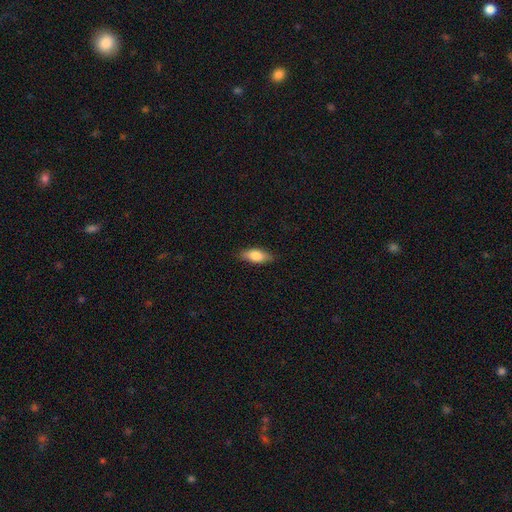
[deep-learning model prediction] smooth-or-featured: smooth: 76% | featured or disk: 18% | star or artifact: 6%
  how-rounded: in between: 77% | cigar-shaped: 20% | round: 3%
  merging: none: 84% | minor disturbance: 13% | major disturbance: 2% | merger: 1%